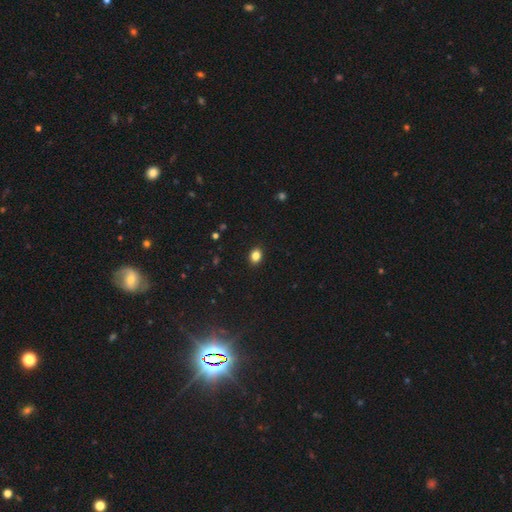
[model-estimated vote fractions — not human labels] Smooth or featured? smooth (84%)
How rounded? in between (57%)
Merging? none (90%)